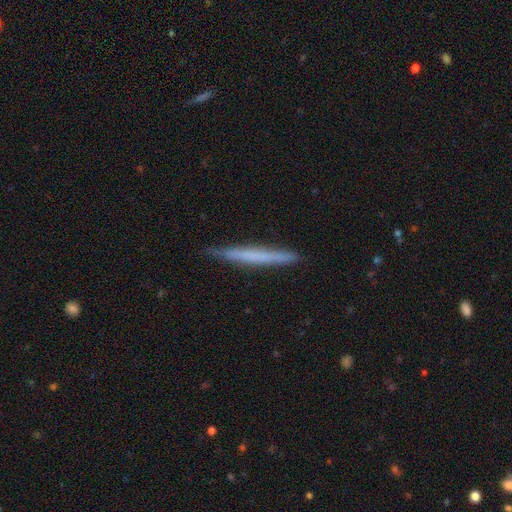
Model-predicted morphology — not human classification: Q: Smooth or featured?
A: smooth (54%); runner-up: featured or disk (40%)
Q: How rounded?
A: cigar-shaped (97%); runner-up: in between (2%)
Q: Merging?
A: none (87%); runner-up: minor disturbance (10%)